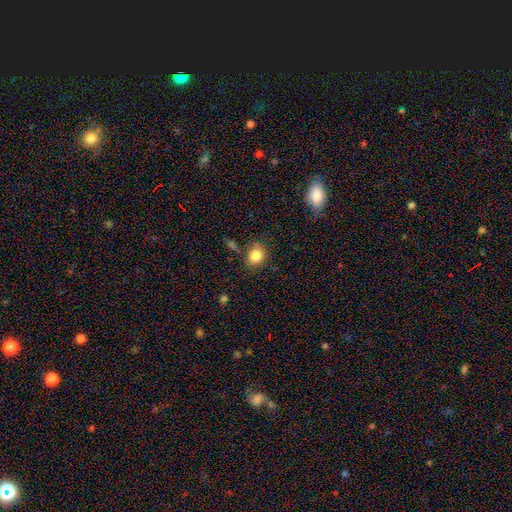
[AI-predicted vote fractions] smooth_or_featured: smooth (p=0.84) [alt: star or artifact p=0.10]
how_rounded: round (p=0.61) [alt: in between p=0.38]
merging: none (p=0.75) [alt: minor disturbance p=0.16]